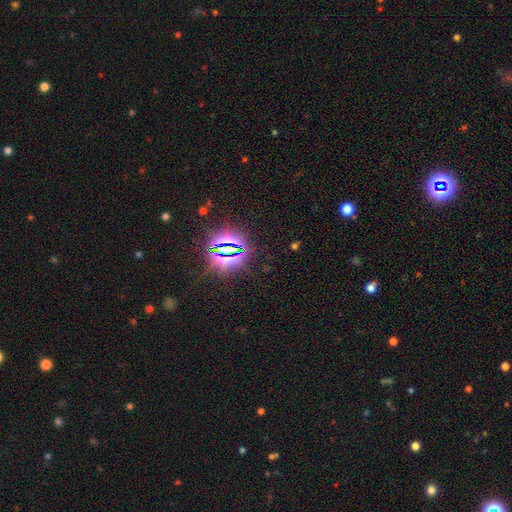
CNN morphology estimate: Smooth or featured: star or artifact — 83% (smooth — 10%)